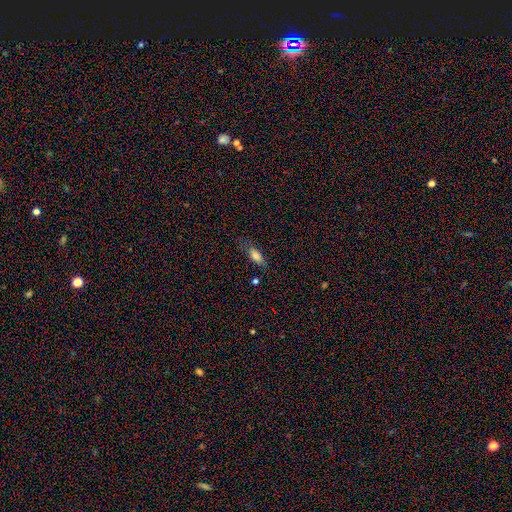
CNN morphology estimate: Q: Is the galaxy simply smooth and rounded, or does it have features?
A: smooth — 78%.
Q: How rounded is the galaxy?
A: in between — 79%.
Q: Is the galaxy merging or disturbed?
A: none — 68%.